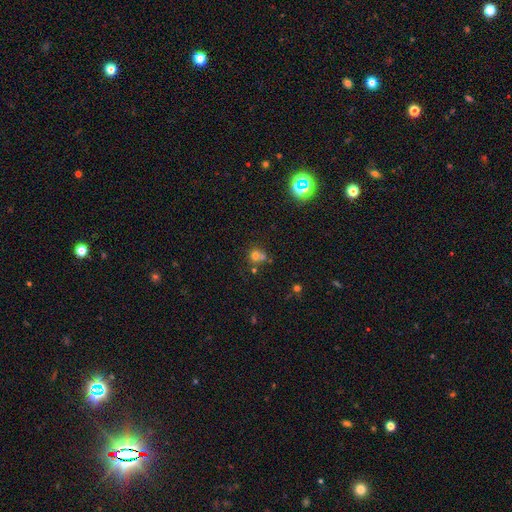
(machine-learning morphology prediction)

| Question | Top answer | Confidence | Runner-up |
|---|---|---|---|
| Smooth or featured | smooth | 68% | star or artifact (19%) |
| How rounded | round | 84% | in between (15%) |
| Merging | none | 47% | merger (39%) |